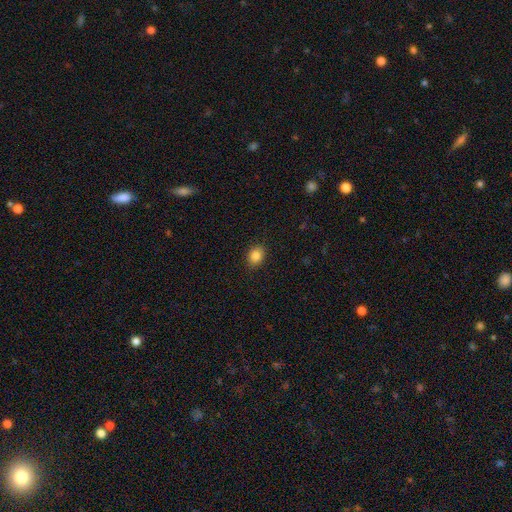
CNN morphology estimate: Smooth or featured: smooth — 85% (star or artifact — 10%)
How rounded: in between — 57% (round — 42%)
Merging: none — 89% (minor disturbance — 8%)